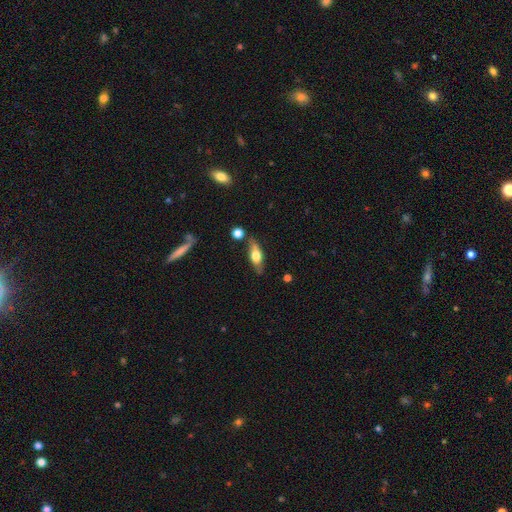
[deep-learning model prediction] This is possibly a smooth galaxy (48%). Merging: likely none (70%).